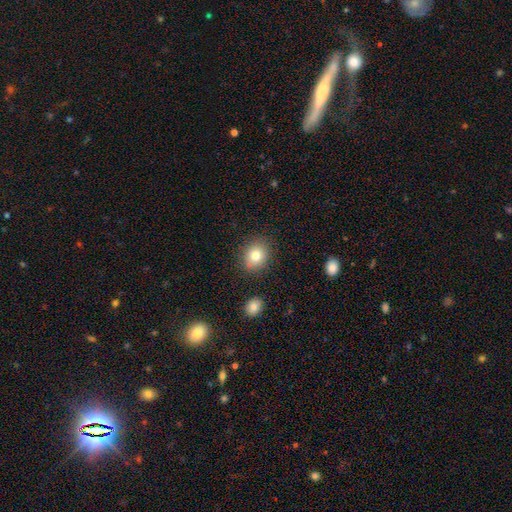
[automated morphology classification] type=smooth (79%); roundness=round (56%); merging=none (84%).